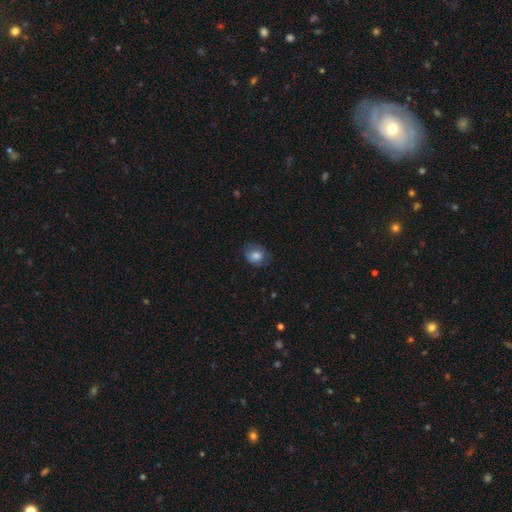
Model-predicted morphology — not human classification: Smooth or featured? Predicted: smooth (p=0.79). How rounded? Predicted: round (p=0.54). Merging? Predicted: none (p=0.73).